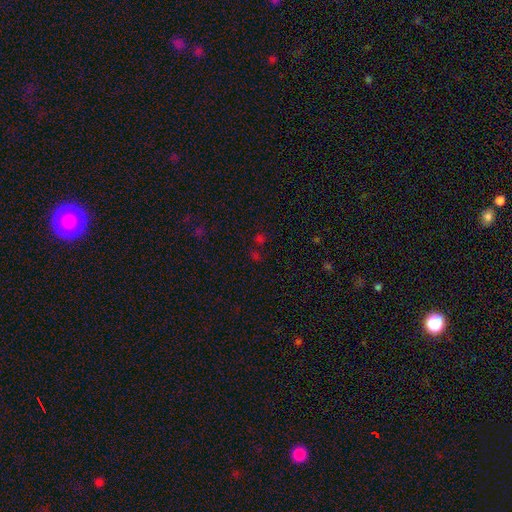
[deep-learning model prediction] This is possibly a star or artifact rather than a galaxy (52%).